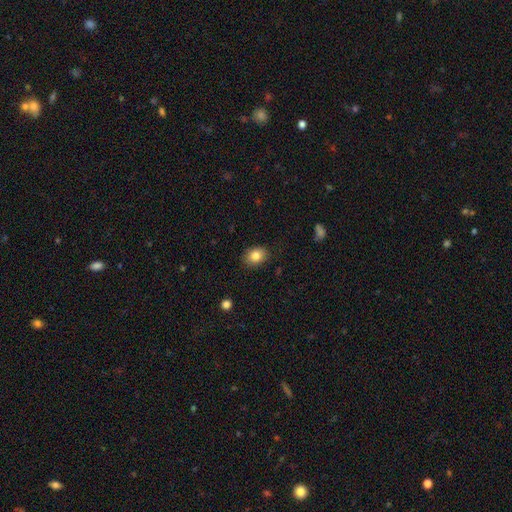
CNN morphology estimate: Smooth or featured? Predicted: smooth (p=0.83). How rounded? Predicted: in between (p=0.65). Merging? Predicted: none (p=0.87).